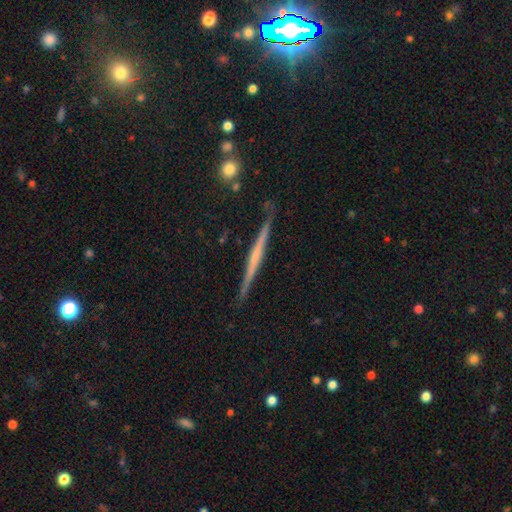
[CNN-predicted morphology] This is likely a featured or disk galaxy (70%). It is clearly viewed edge-on (98%). Edge-on bulge: likely none (61%). Merging: clearly none (87%).